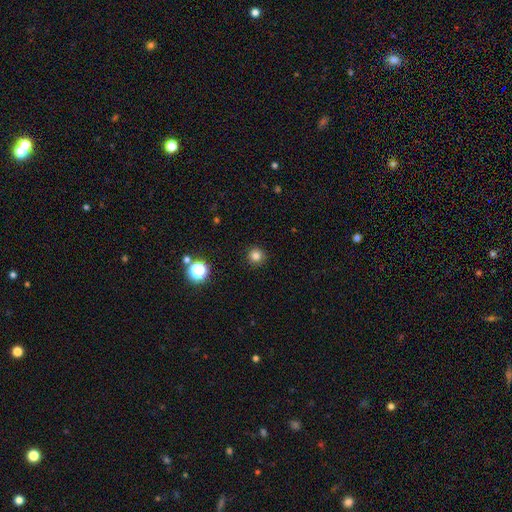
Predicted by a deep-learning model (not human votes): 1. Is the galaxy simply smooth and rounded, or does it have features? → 81% smooth, 14% star or artifact, 4% featured or disk.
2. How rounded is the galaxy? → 95% round, 4% in between, 1% cigar-shaped.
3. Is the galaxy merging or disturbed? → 91% none, 6% minor disturbance, 2% major disturbance, 1% merger.